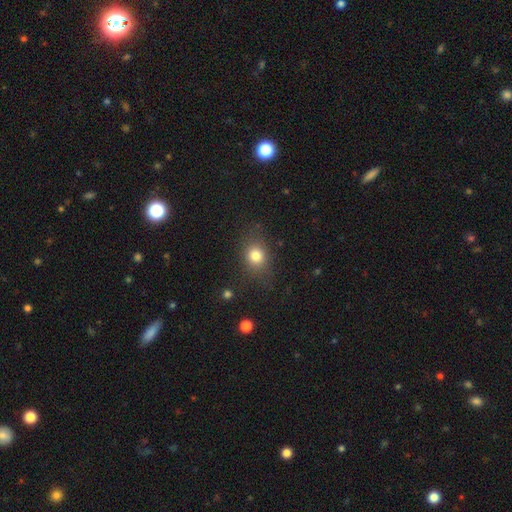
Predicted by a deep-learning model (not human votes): This appears to be a smooth galaxy with no disk features (80%) that is round (60%). Merging: none (76%).